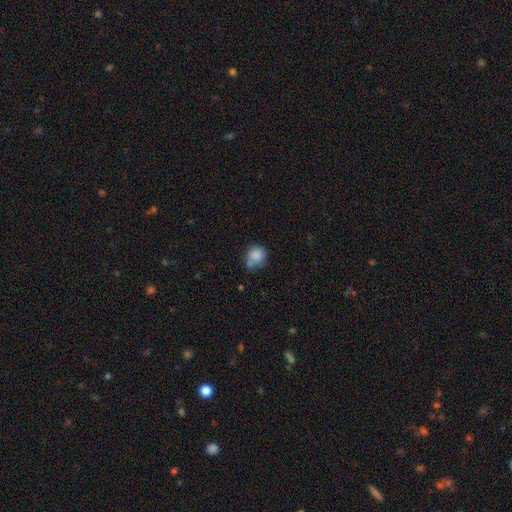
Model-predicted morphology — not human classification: A smooth galaxy with no disk features (81%) that is round (75%). Merging: none (49%).